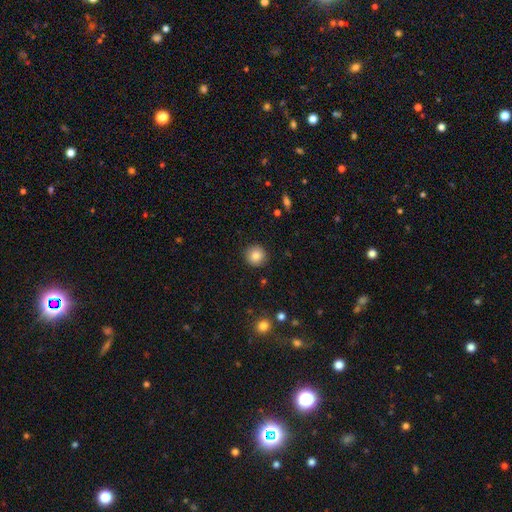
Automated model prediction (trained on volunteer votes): smooth_or_featured: smooth (p=0.86) [alt: star or artifact p=0.09]
how_rounded: round (p=0.93) [alt: in between p=0.07]
merging: none (p=0.91) [alt: minor disturbance p=0.06]